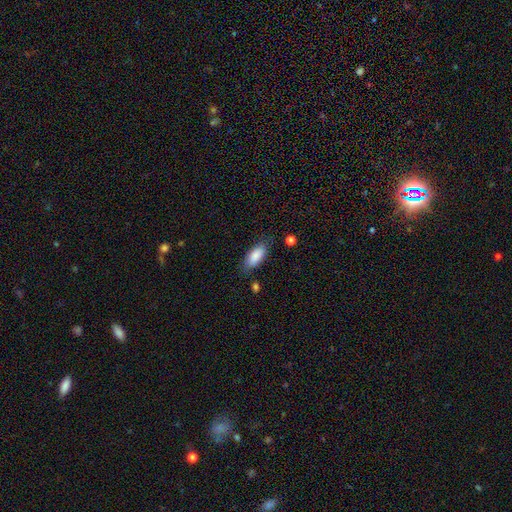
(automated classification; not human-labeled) Smooth or featured?
  - smooth: 87% *
  - featured or disk: 7%
  - star or artifact: 6%
How rounded?
  - in between: 85% *
  - cigar-shaped: 13%
  - round: 2%
Merging?
  - none: 77% *
  - minor disturbance: 17%
  - major disturbance: 4%
  - merger: 2%